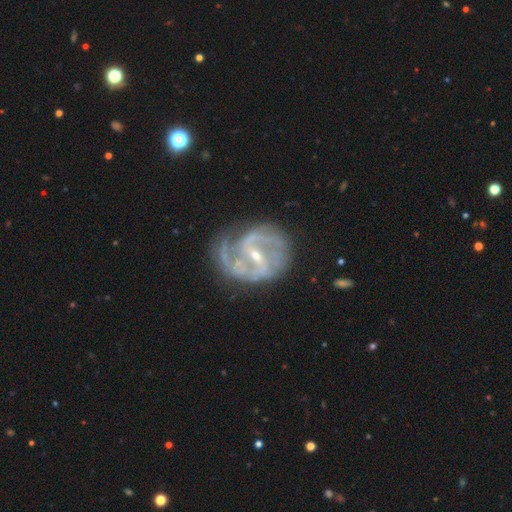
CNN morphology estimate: Smooth or featured?
  - featured or disk: 90% *
  - star or artifact: 5%
  - smooth: 5%
Edge-on disk?
  - no: 98% *
  - yes: 2%
Bar?
  - strong: 45% *
  - weak: 42%
  - no: 13%
Spiral arms?
  - yes: 96% *
  - no: 4%
Spiral winding?
  - medium: 51% *
  - tight: 31%
  - loose: 18%
Spiral arm count?
  - 2: 63% *
  - 3: 13%
  - can't tell: 12%
  - 1: 5%
  - 4: 4%
  - more than 4: 3%
Bulge size?
  - small: 69% *
  - moderate: 28%
  - none: 1%
  - large: 1%
  - dominant: 1%
Merging?
  - none: 60% *
  - minor disturbance: 22%
  - major disturbance: 15%
  - merger: 3%